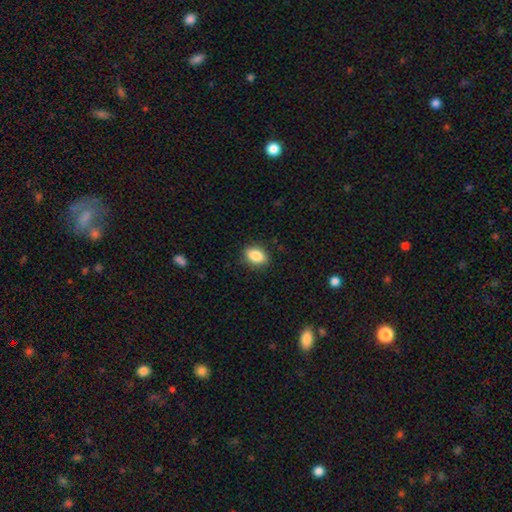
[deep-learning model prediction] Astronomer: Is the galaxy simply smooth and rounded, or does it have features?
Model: smooth — 86%.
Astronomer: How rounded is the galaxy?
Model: in between — 81%.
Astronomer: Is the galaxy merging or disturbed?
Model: none — 86%.